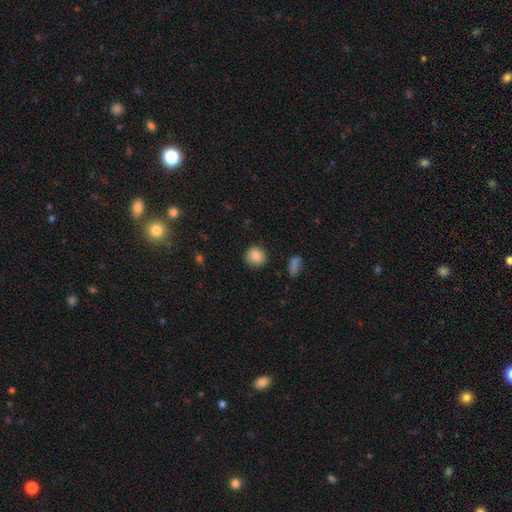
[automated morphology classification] Smooth or featured? smooth (85%)
How rounded? round (89%)
Merging? none (87%)